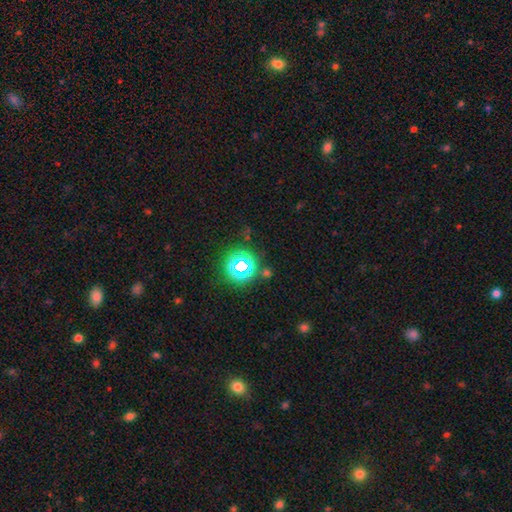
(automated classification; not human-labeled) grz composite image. It shows a star or artifact, not a galaxy (60%).